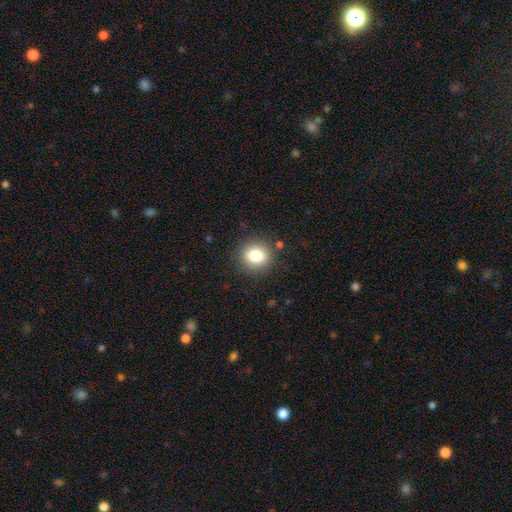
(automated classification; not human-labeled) smooth-or-featured: smooth: 80% | star or artifact: 11% | featured or disk: 9%
  how-rounded: round: 78% | in between: 21% | cigar-shaped: 1%
  merging: none: 87% | minor disturbance: 8% | major disturbance: 3% | merger: 2%